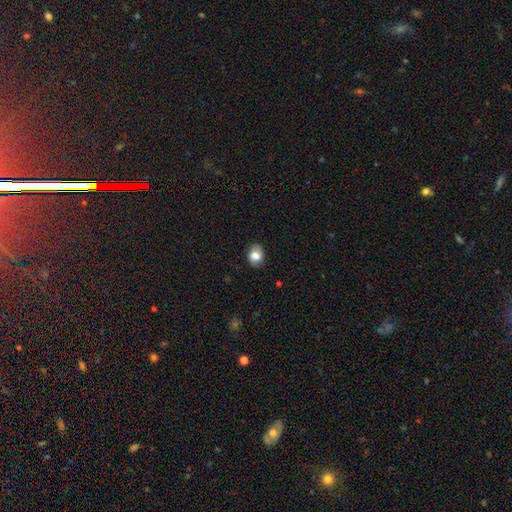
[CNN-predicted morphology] Q: Smooth or featured?
A: smooth (80%); runner-up: featured or disk (11%)
Q: How rounded?
A: in between (55%); runner-up: round (44%)
Q: Merging?
A: none (79%); runner-up: minor disturbance (17%)